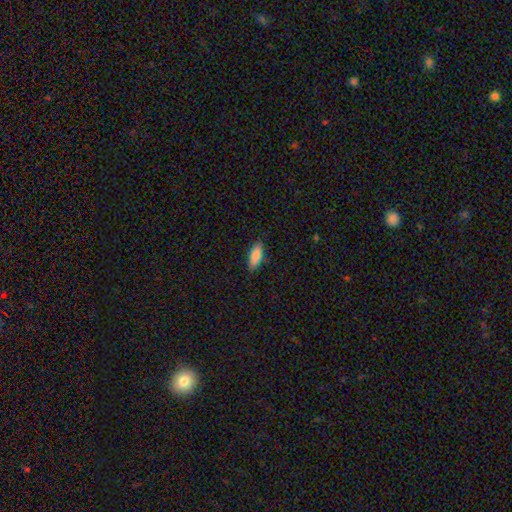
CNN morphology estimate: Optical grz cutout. It shows a smooth galaxy with no disk features (85%) that is in between round and cigar-shaped (73%). Merging: none (85%).